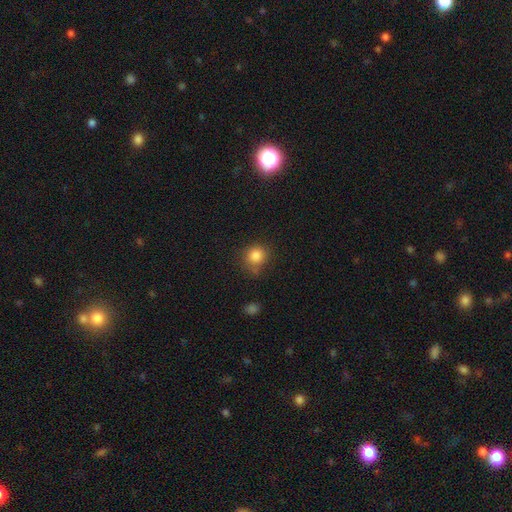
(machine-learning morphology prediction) Smooth or featured?
  - smooth: 83% *
  - star or artifact: 11%
  - featured or disk: 5%
How rounded?
  - round: 86% *
  - in between: 13%
  - cigar-shaped: 1%
Merging?
  - none: 69% *
  - minor disturbance: 20%
  - major disturbance: 6%
  - merger: 5%